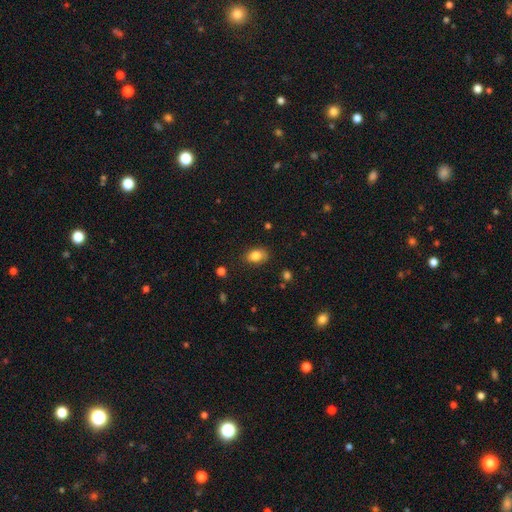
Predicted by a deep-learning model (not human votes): Smooth or featured? smooth (83%)
How rounded? in between (80%)
Merging? none (79%)